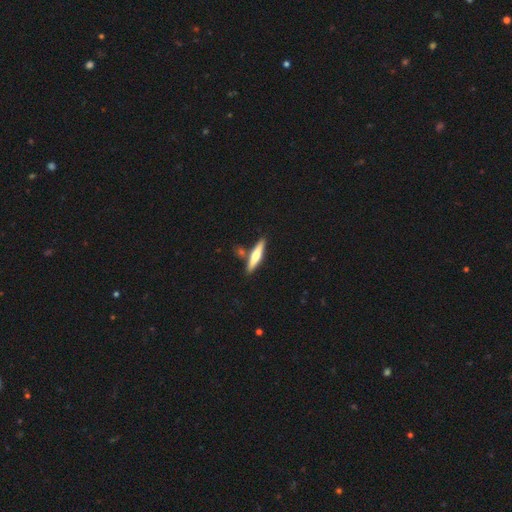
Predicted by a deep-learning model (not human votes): smooth_or_featured: smooth (p=0.50) [alt: featured or disk p=0.45]
merging: none (p=0.79) [alt: minor disturbance p=0.10]